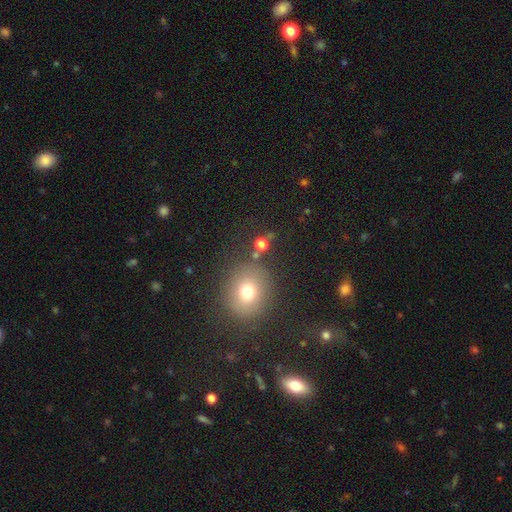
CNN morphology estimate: A smooth galaxy with no disk features (69%) that is round (78%). Merging: none (82%).